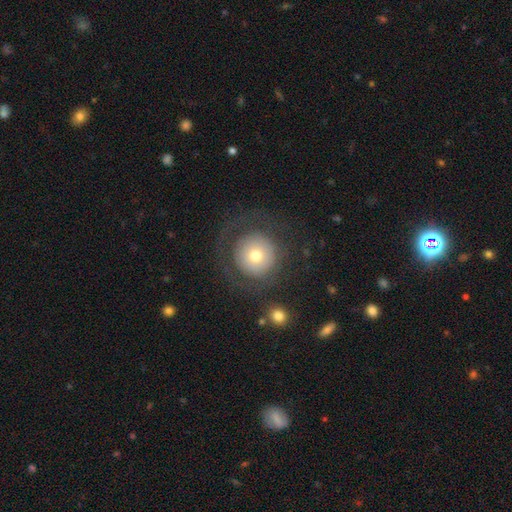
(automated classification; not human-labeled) smooth 63%, featured or disk 27%, star or artifact 10%. Down the decision tree: how rounded — round (95%); merging — none (70%).